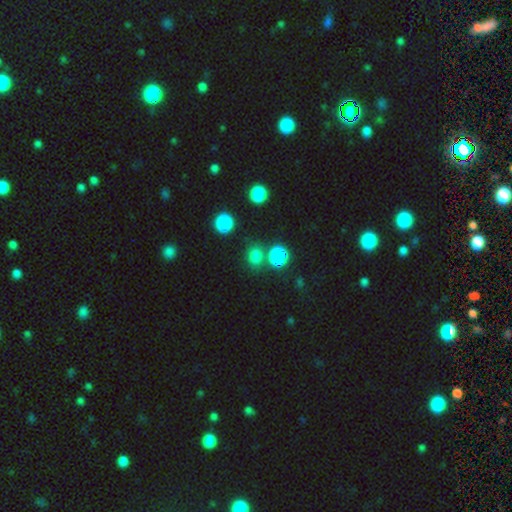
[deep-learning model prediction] Smooth or featured? smooth (71%)
How rounded? round (67%)
Merging? none (78%)